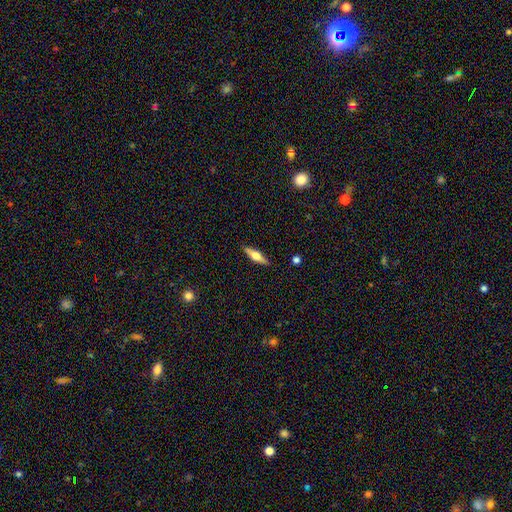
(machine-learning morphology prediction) Q: Smooth or featured?
A: featured or disk (56%); runner-up: smooth (39%)
Q: Edge-on disk?
A: yes (95%); runner-up: no (5%)
Q: Edge-on bulge?
A: rounded (94%); runner-up: boxy (4%)
Q: Merging?
A: none (90%); runner-up: minor disturbance (7%)